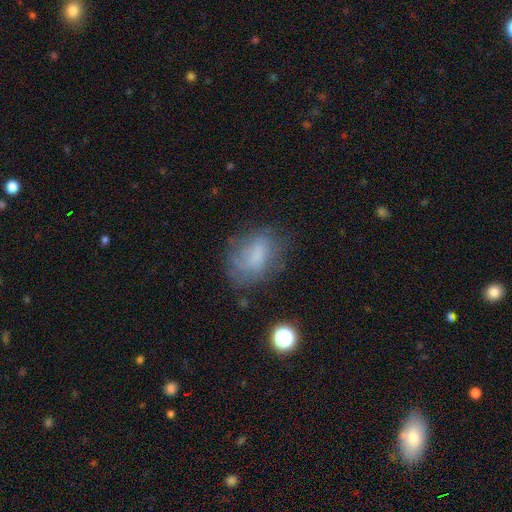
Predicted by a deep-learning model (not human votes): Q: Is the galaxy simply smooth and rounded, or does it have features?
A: smooth — 55%.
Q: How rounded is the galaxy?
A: in between — 75%.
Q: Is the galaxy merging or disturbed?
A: none — 58%.